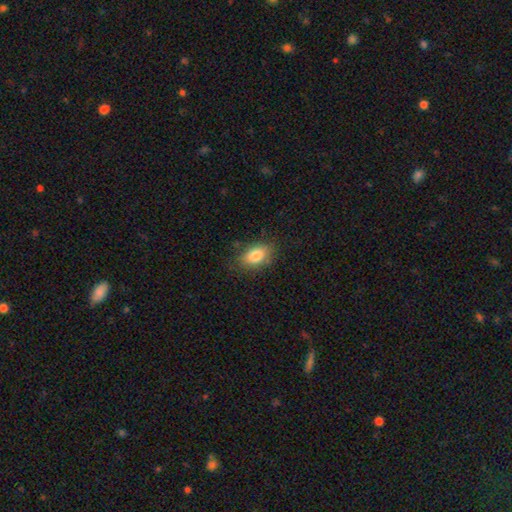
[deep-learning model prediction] Smooth or featured? Predicted: smooth (p=0.83). How rounded? Predicted: in between (p=0.89). Merging? Predicted: none (p=0.79).